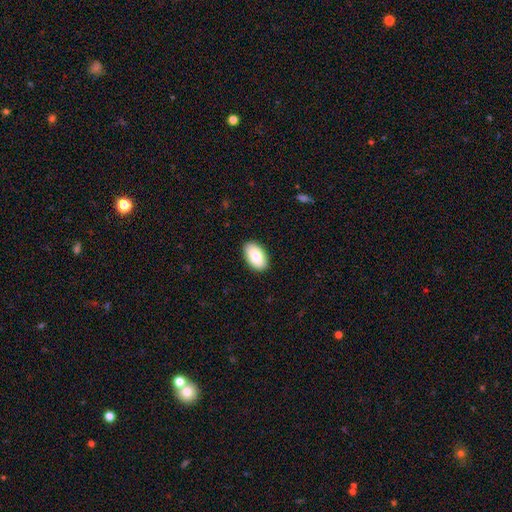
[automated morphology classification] smooth 84%, featured or disk 10%, star or artifact 6%. Down the decision tree: how rounded — in between (95%); merging — none (89%).